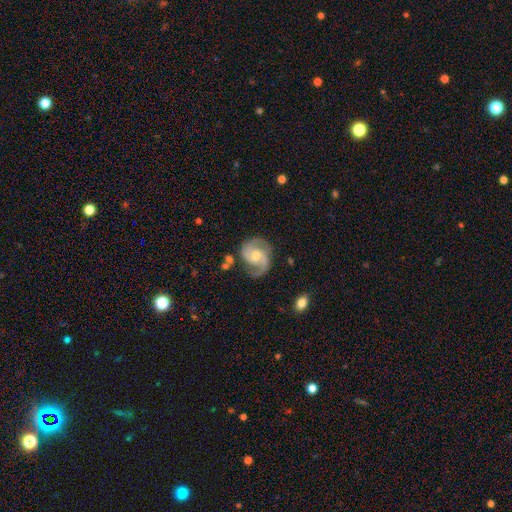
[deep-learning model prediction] Q: Smooth or featured?
A: featured or disk (87%); runner-up: smooth (8%)
Q: Edge-on disk?
A: no (98%); runner-up: yes (2%)
Q: Bar?
A: no (58%); runner-up: weak (34%)
Q: Spiral arms?
A: yes (97%); runner-up: no (3%)
Q: Spiral winding?
A: medium (54%); runner-up: tight (28%)
Q: Spiral arm count?
A: 2 (85%); runner-up: 1 (5%)
Q: Bulge size?
A: moderate (53%); runner-up: small (42%)
Q: Merging?
A: none (71%); runner-up: minor disturbance (18%)